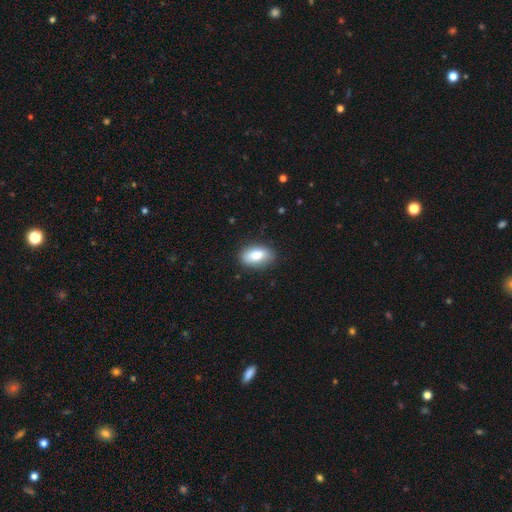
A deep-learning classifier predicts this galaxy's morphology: Overall: smooth (80%). How rounded: in between (90%). Merging: none (85%).